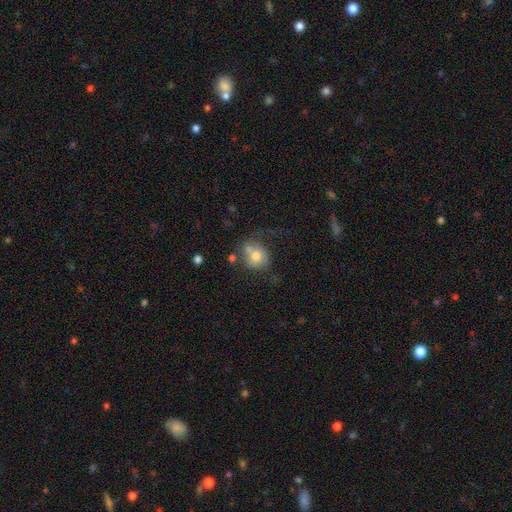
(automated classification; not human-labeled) smooth 69%, featured or disk 21%, star or artifact 10%. Down the decision tree: how rounded — round (74%); merging — none (39%).